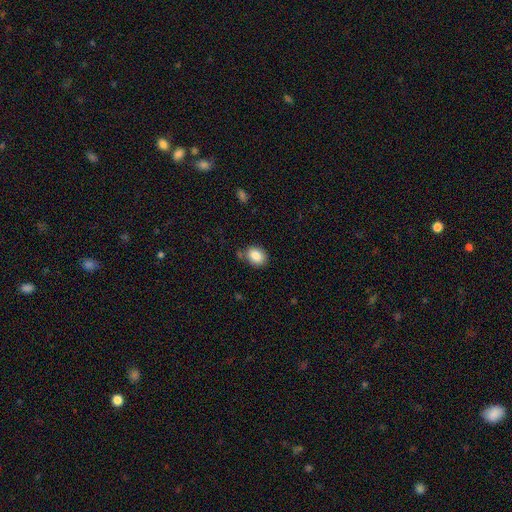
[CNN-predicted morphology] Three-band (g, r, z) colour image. It shows a smooth galaxy with no disk features (86%) that is in between round and cigar-shaped (59%). Merging: none (76%).